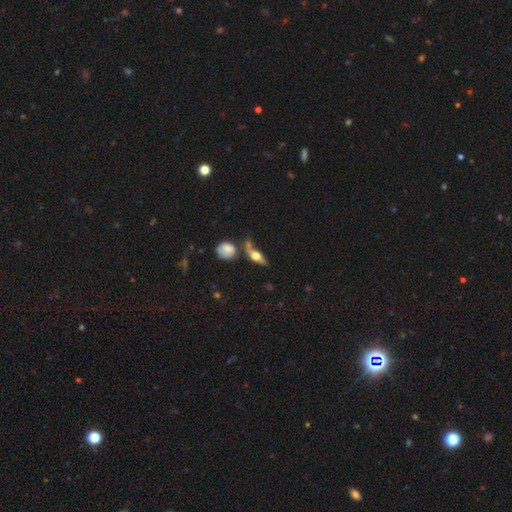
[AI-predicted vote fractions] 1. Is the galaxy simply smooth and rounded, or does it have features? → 47% featured or disk, 44% smooth, 9% star or artifact.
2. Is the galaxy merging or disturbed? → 49% none, 20% merger, 18% minor disturbance, 13% major disturbance.